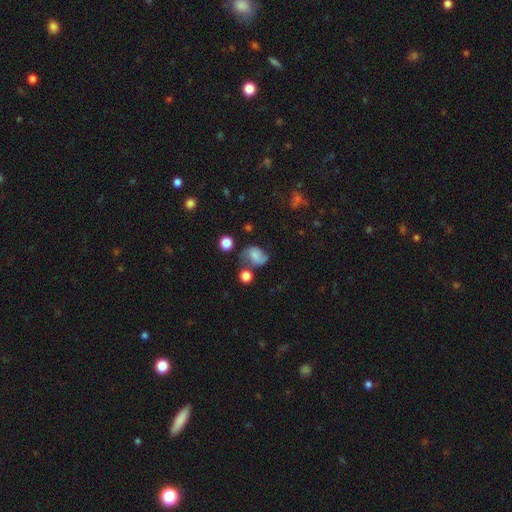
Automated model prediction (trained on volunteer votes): This is possibly a smooth galaxy (46%). Merging: possibly none (46%).